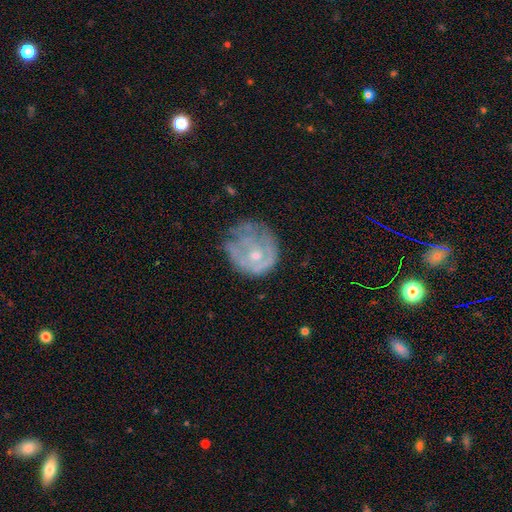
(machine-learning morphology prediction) A featured or disk galaxy (61%) with no bar (84%), no spiral arms (54%) and a small central bulge (59%). Merging: none (41%).